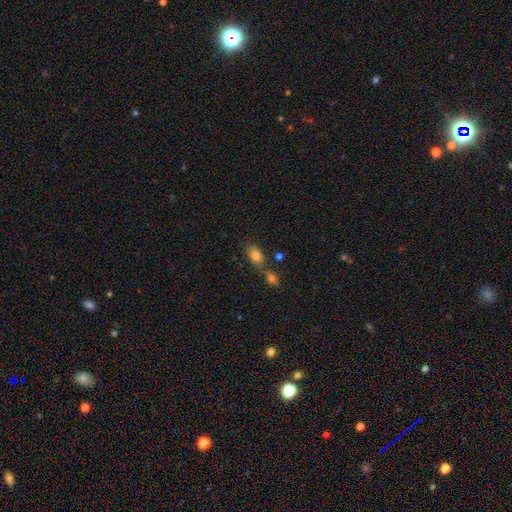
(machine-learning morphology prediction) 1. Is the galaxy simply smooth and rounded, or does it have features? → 80% smooth, 11% star or artifact, 9% featured or disk.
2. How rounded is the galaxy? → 83% in between, 14% round, 3% cigar-shaped.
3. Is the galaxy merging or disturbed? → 48% none, 33% merger, 14% minor disturbance, 5% major disturbance.